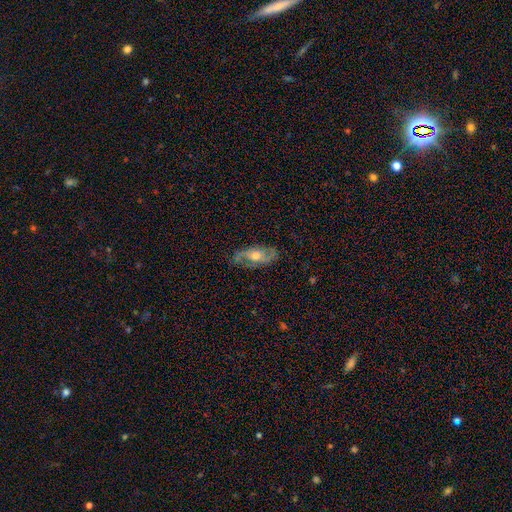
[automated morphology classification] smooth-or-featured: featured or disk: 69% | smooth: 24% | star or artifact: 7%
  disk-edge-on: no: 85% | yes: 15%
    bar: no: 66% | weak: 27% | strong: 7%
    has-spiral-arms: yes: 82% | no: 18%
    bulge-size: moderate: 67% | large: 16% | small: 14% | none: 2% | dominant: 1%
  merging: none: 73% | minor disturbance: 19% | major disturbance: 7% | merger: 1%